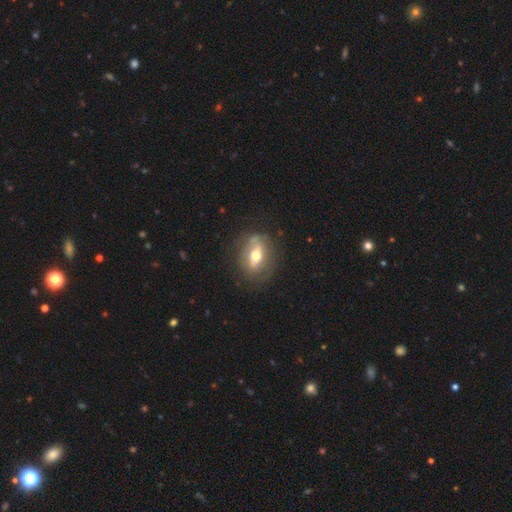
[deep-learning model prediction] Morphology: type=featured or disk (54%); edge-on=no (75%); merging=none (71%).